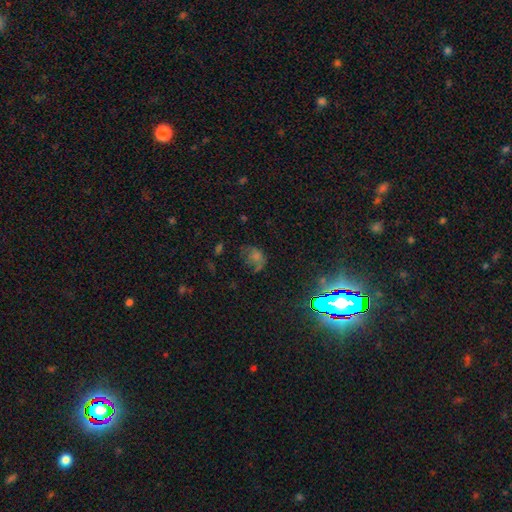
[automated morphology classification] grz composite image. It shows a smooth galaxy with no disk features (41%). Merging: none (50%).